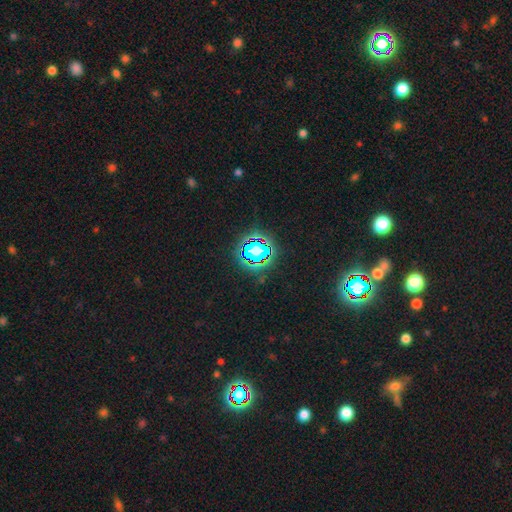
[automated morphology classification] This is clearly a star or artifact rather than a galaxy (81%).